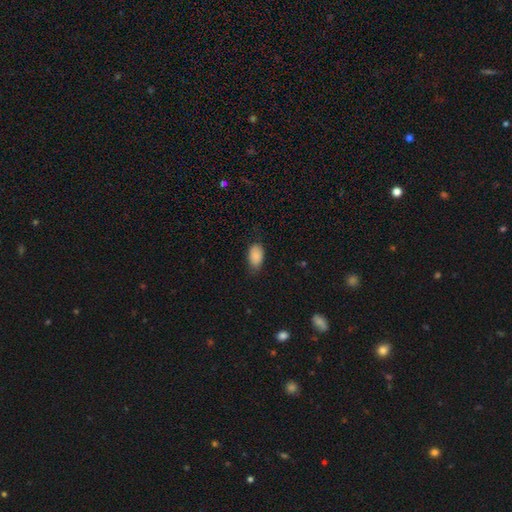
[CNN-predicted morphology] A smooth galaxy with no disk features (88%) that is in between round and cigar-shaped (92%).

Vote fractions:
- Smooth or featured? smooth: 88% / star or artifact: 7% / featured or disk: 4%
- How rounded? in between: 92% / round: 6% / cigar-shaped: 2%
- Merging? none: 72% / minor disturbance: 23% / major disturbance: 4% / merger: 1%